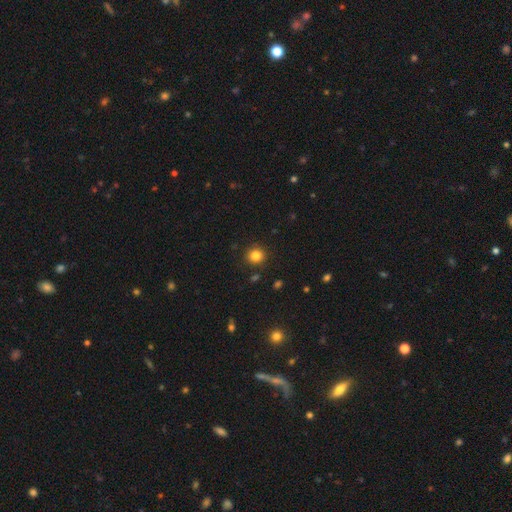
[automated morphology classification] Smooth or featured?
  - smooth: 82% *
  - star or artifact: 13%
  - featured or disk: 5%
How rounded?
  - round: 90% *
  - in between: 9%
  - cigar-shaped: 1%
Merging?
  - none: 90% *
  - minor disturbance: 6%
  - major disturbance: 2%
  - merger: 2%